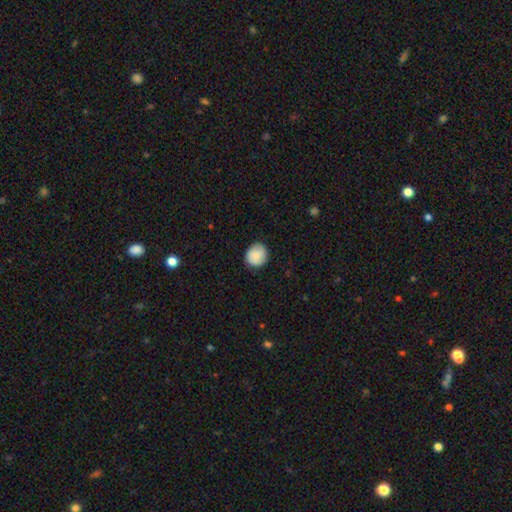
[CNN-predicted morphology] Smooth or featured?
  - smooth: 85% *
  - featured or disk: 8%
  - star or artifact: 7%
How rounded?
  - round: 87% *
  - in between: 12%
  - cigar-shaped: 1%
Merging?
  - none: 84% *
  - minor disturbance: 12%
  - major disturbance: 2%
  - merger: 1%